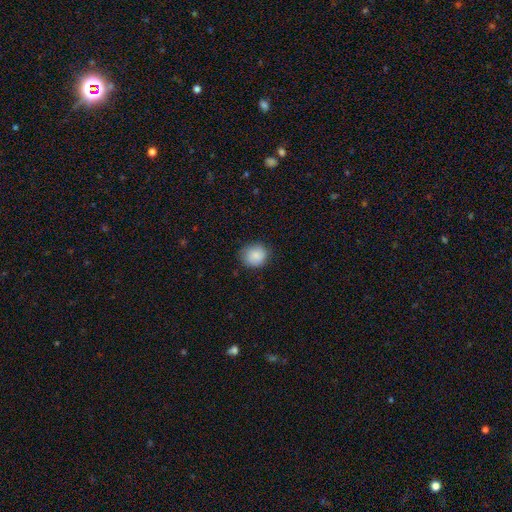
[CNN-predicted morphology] Smooth or featured? smooth (87%)
How rounded? round (79%)
Merging? none (81%)